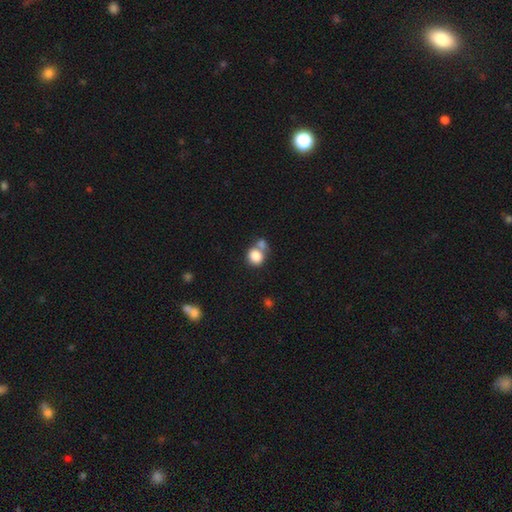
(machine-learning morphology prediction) smooth_or_featured: smooth (p=0.83) [alt: star or artifact p=0.10]
how_rounded: round (p=0.75) [alt: in between p=0.24]
merging: none (p=0.45) [alt: merger p=0.40]